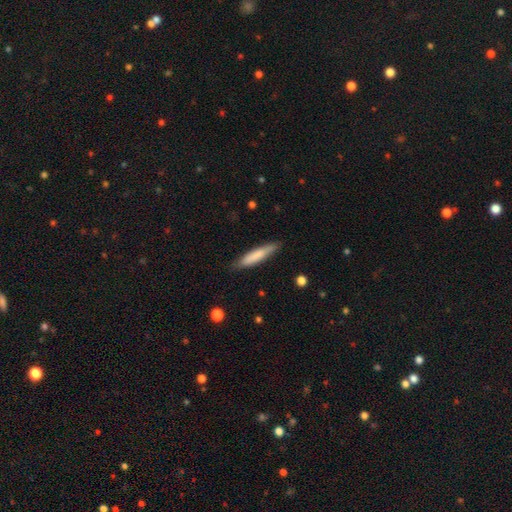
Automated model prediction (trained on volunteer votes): A smooth galaxy with no disk features (75%) that is cigar-shaped (88%). Merging: none (83%).